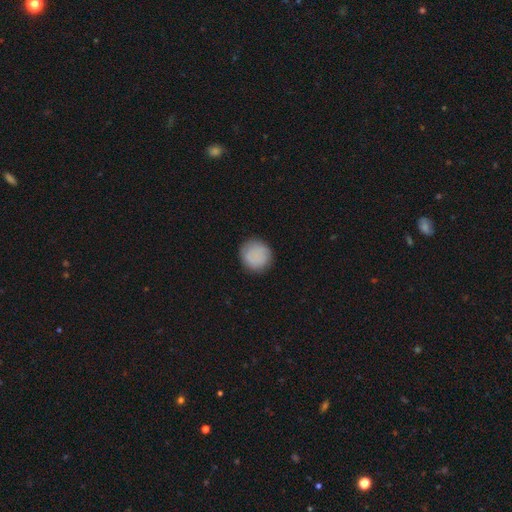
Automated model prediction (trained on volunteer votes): Q: Smooth or featured?
A: smooth (85%); runner-up: featured or disk (8%)
Q: How rounded?
A: round (92%); runner-up: in between (7%)
Q: Merging?
A: none (86%); runner-up: minor disturbance (11%)